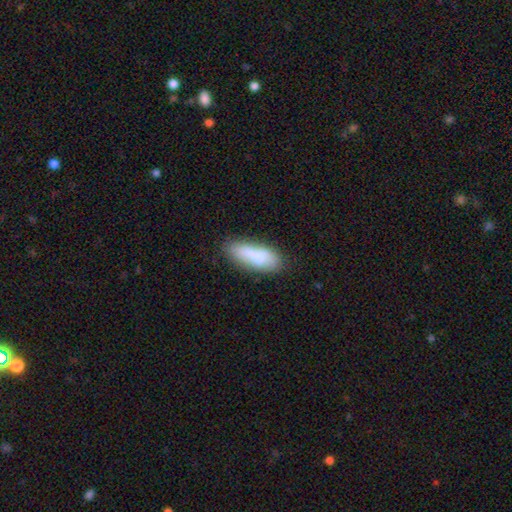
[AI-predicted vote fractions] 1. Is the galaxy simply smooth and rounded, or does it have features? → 79% smooth, 14% featured or disk, 7% star or artifact.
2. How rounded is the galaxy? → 64% in between, 34% cigar-shaped, 2% round.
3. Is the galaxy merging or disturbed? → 68% none, 22% minor disturbance, 6% major disturbance, 5% merger.